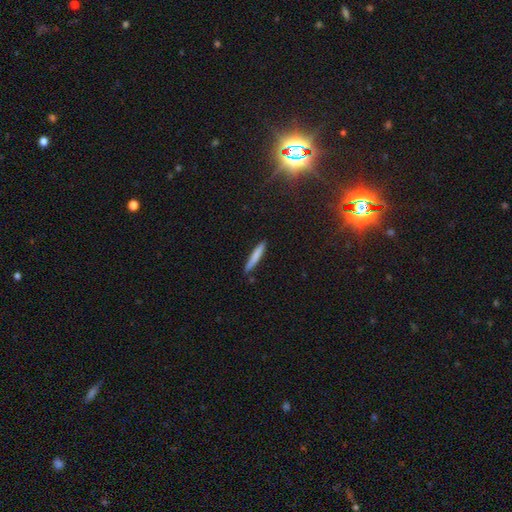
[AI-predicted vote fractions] smooth-or-featured: smooth: 77% | featured or disk: 16% | star or artifact: 6%
  how-rounded: cigar-shaped: 94% | in between: 4% | round: 1%
  merging: none: 86% | minor disturbance: 10% | merger: 2% | major disturbance: 2%